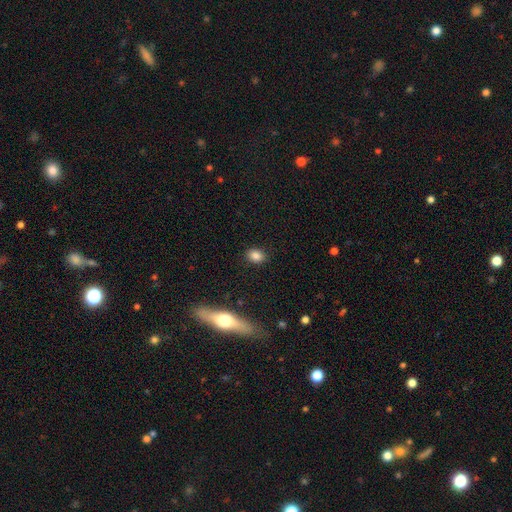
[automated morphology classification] type=smooth (84%); roundness=in between (53%); merging=none (88%).